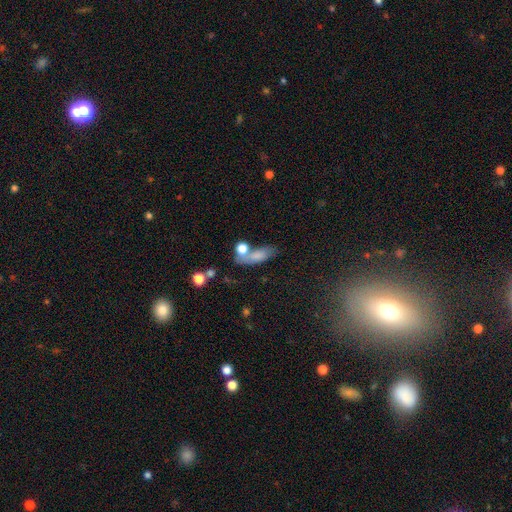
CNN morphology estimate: A smooth galaxy with no disk features (74%) that is in between round and cigar-shaped (64%). Merging: none (45%).